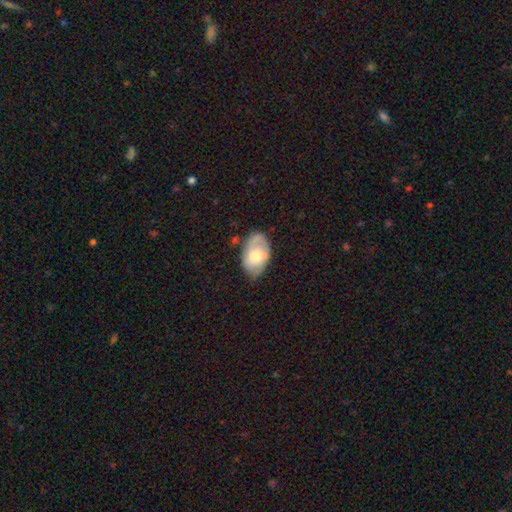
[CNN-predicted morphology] The model was most divided on "smooth or featured": smooth: 57%, featured or disk: 37%, star or artifact: 6%. More confident: how rounded — in between (91%); merging — none (60%).